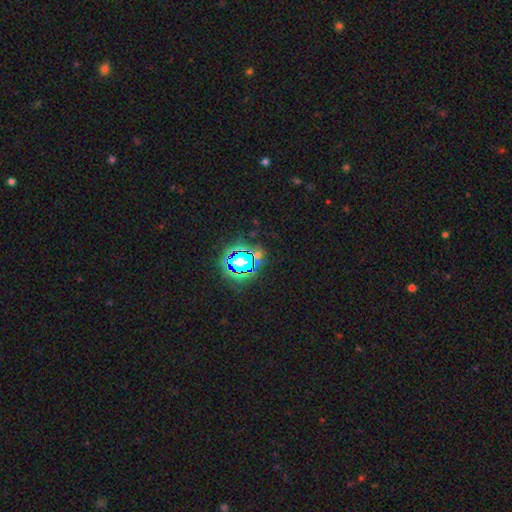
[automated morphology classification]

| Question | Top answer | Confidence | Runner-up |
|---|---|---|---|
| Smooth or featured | star or artifact | 76% | smooth (16%) |